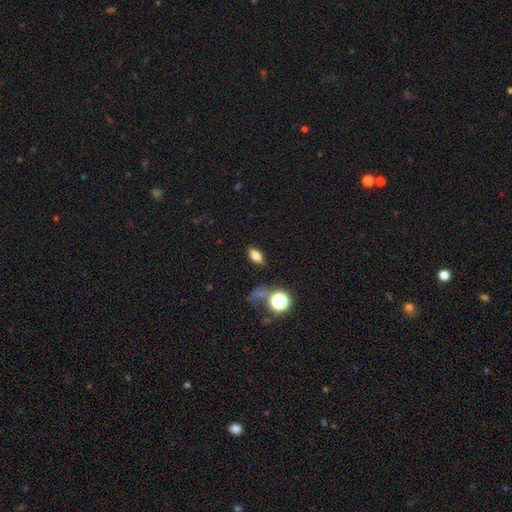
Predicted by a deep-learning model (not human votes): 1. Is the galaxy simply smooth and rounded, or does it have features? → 66% smooth, 20% featured or disk, 13% star or artifact.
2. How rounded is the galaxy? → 78% in between, 14% cigar-shaped, 8% round.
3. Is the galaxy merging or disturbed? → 83% none, 10% minor disturbance, 4% major disturbance, 3% merger.